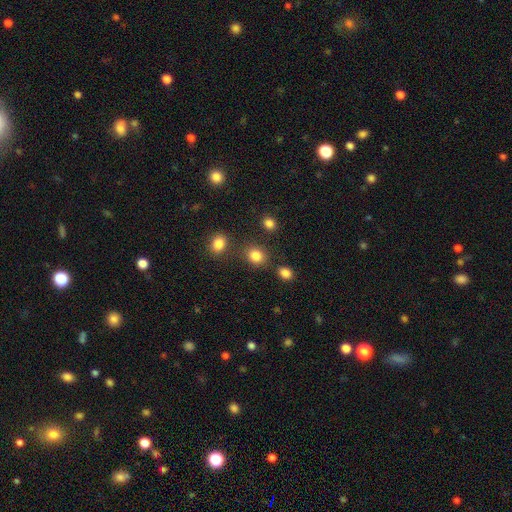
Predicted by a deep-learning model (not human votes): smooth-or-featured: smooth: 84% | star or artifact: 11% | featured or disk: 5%
  how-rounded: round: 68% | in between: 31% | cigar-shaped: 1%
  merging: none: 77% | minor disturbance: 10% | merger: 9% | major disturbance: 4%